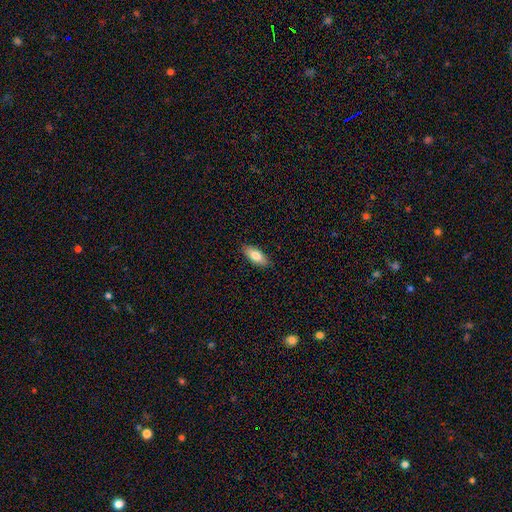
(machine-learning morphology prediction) type=smooth (79%); roundness=in between (82%); merging=none (88%).